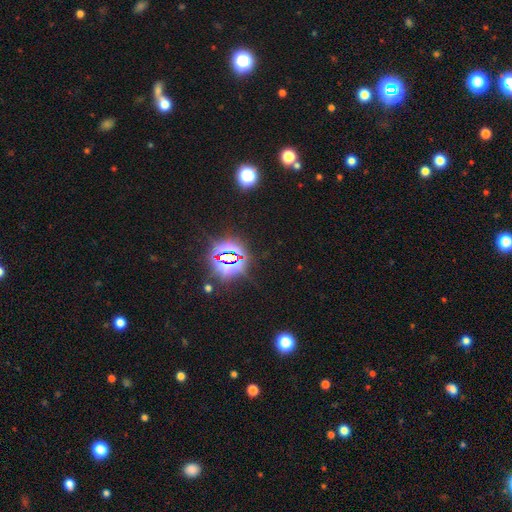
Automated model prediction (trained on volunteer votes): Overall: star or artifact (80%).